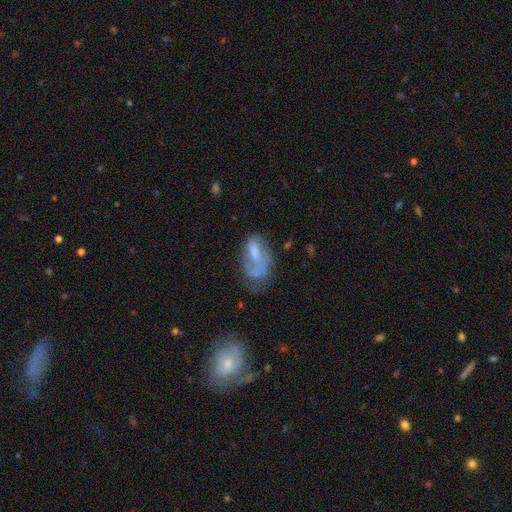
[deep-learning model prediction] This is possibly a smooth galaxy (46%). Merging: marginally major disturbance (33%).